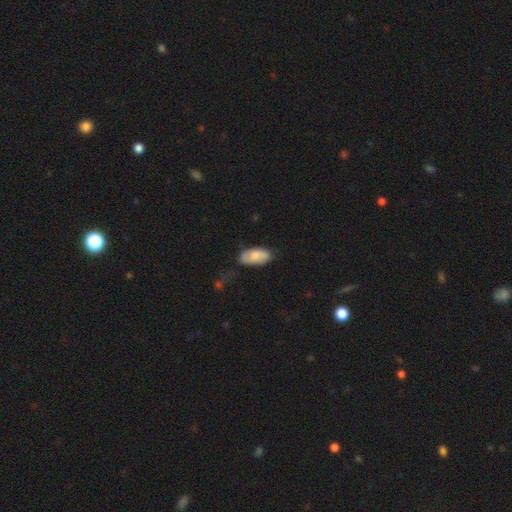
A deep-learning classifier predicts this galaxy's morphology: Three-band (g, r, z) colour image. It shows a smooth galaxy with no disk features (75%) that is in between round and cigar-shaped (92%). Merging: none (65%).